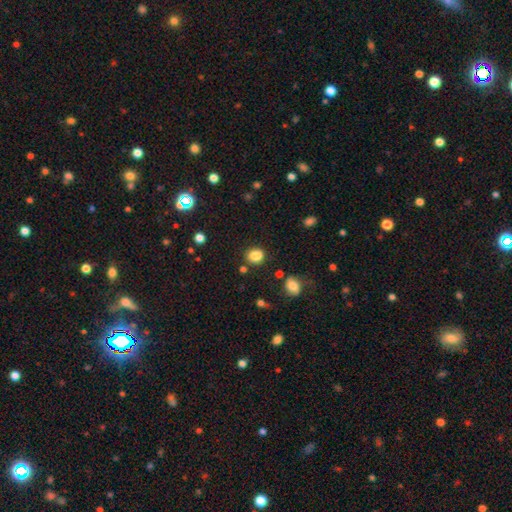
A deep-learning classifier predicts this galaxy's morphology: A smooth galaxy with no disk features (84%) that is round (60%).

Vote fractions:
- Smooth or featured? smooth: 84% / star or artifact: 11% / featured or disk: 5%
- How rounded? round: 60% / in between: 39% / cigar-shaped: 1%
- Merging? none: 75% / minor disturbance: 14% / merger: 7% / major disturbance: 4%